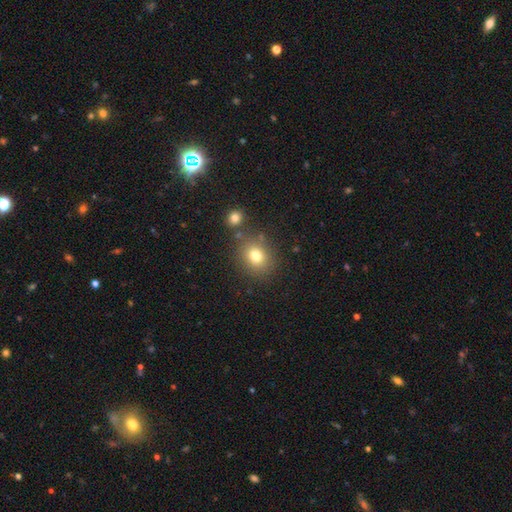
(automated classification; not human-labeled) A smooth galaxy with no disk features (77%) that is round (70%).

Vote fractions:
- Smooth or featured? smooth: 77% / star or artifact: 14% / featured or disk: 10%
- How rounded? round: 70% / in between: 29% / cigar-shaped: 1%
- Merging? none: 78% / minor disturbance: 10% / merger: 8% / major disturbance: 4%